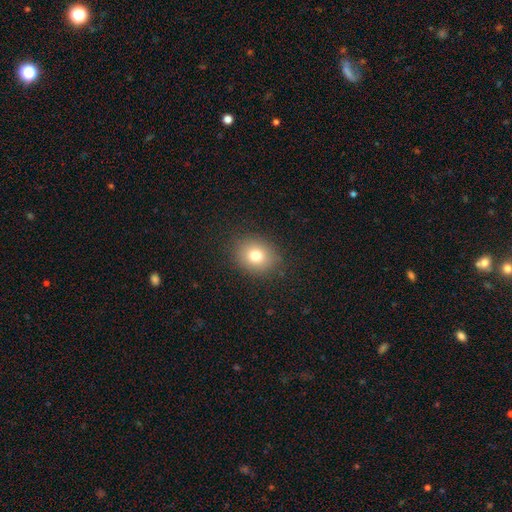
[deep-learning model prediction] Overall: smooth (77%). How rounded: round (64%; in between 35%). Merging: none (87%).